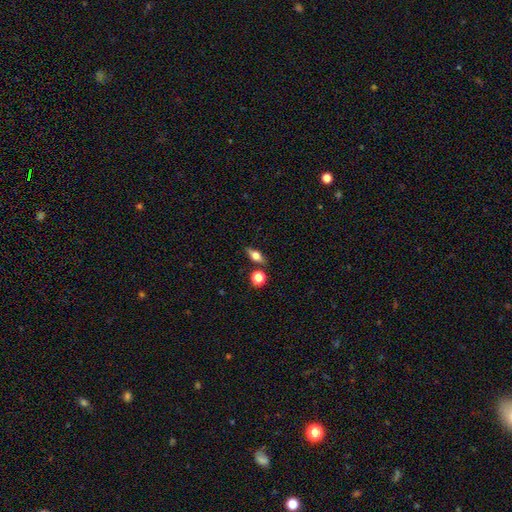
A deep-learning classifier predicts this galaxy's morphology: smooth-or-featured: smooth: 50% | featured or disk: 40% | star or artifact: 10%
  how-rounded: in between: 60% | cigar-shaped: 26% | round: 13%
  merging: none: 80% | minor disturbance: 10% | merger: 7% | major disturbance: 3%